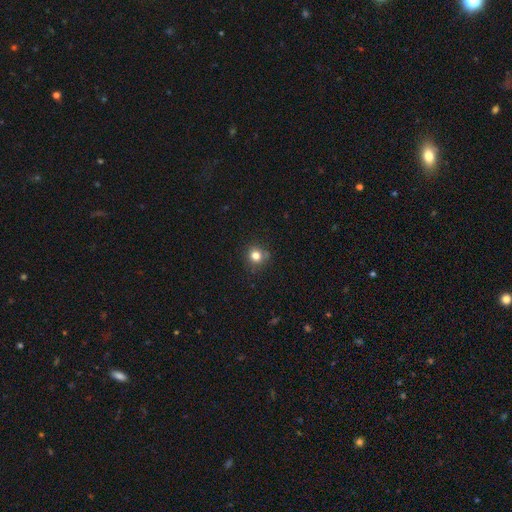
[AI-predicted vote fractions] Morphology: type=smooth (80%); roundness=round (88%); merging=none (79%).